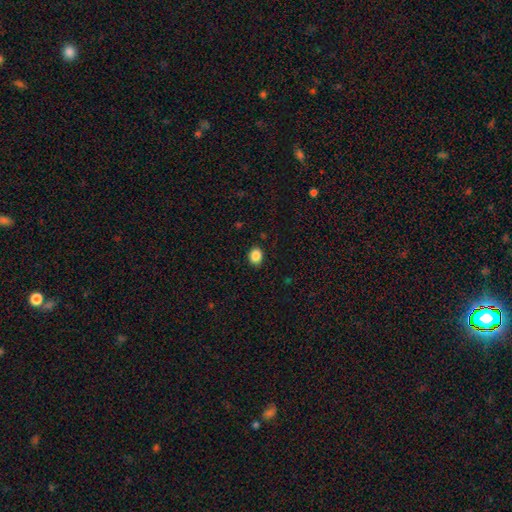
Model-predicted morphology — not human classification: type=smooth (87%); roundness=round (53%); merging=none (89%).